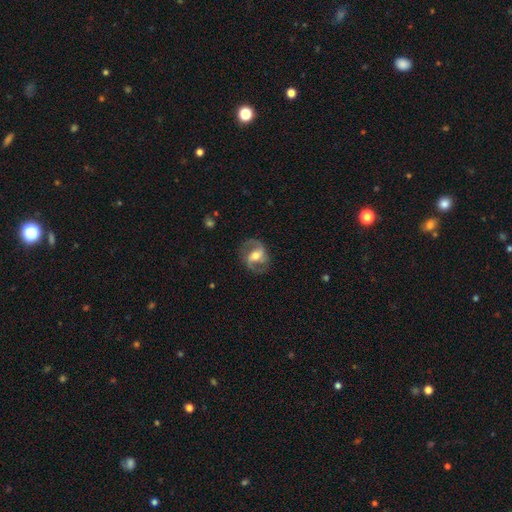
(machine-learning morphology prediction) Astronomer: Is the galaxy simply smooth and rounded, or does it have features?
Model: featured or disk — 82%.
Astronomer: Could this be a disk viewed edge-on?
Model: no — 97%.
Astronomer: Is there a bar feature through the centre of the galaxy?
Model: weak — 43% (runner-up: strong, 36%).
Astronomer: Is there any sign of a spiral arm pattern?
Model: yes — 93%.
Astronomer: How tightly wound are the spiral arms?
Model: medium — 51% (runner-up: loose, 33%).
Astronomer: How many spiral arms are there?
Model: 2 — 90%.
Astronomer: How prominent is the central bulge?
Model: moderate — 65%.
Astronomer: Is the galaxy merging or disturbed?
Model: none — 78%.